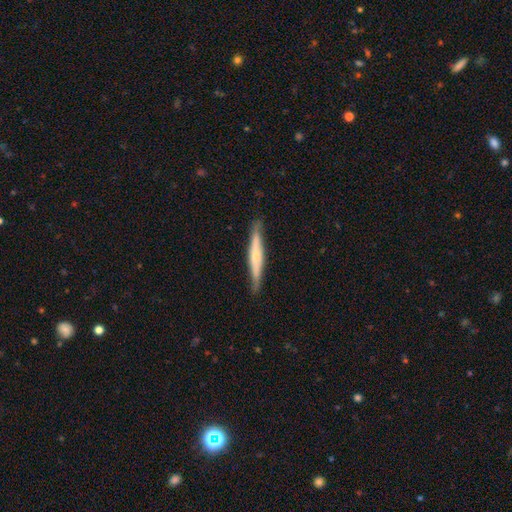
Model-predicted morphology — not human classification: smooth_or_featured: featured or disk (p=0.55) [alt: smooth p=0.40]
disk_edge_on: yes (p=0.93) [alt: no p=0.07]
edge_on_bulge: rounded (p=0.58) [alt: none p=0.30]
merging: none (p=0.84) [alt: minor disturbance p=0.12]